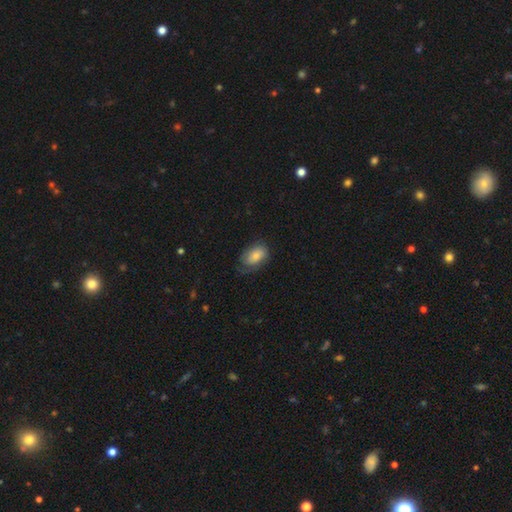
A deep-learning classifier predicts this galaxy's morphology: smooth_or_featured: smooth (p=0.62) [alt: featured or disk p=0.30]
how_rounded: in between (p=0.86) [alt: round p=0.12]
merging: none (p=0.55) [alt: minor disturbance p=0.28]